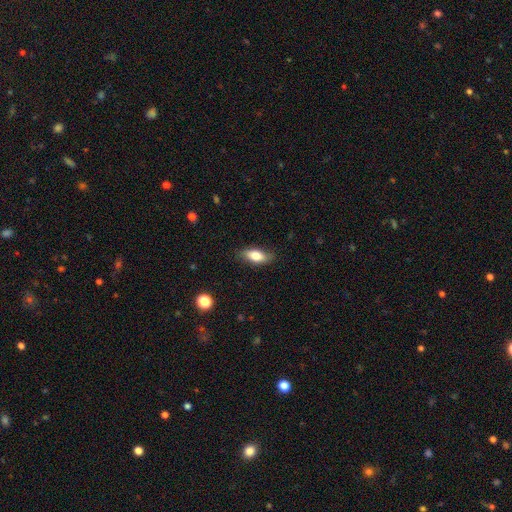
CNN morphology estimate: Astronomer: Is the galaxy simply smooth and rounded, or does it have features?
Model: smooth — 74%.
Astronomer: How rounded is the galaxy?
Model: in between — 80%.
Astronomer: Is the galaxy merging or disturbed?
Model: none — 83%.